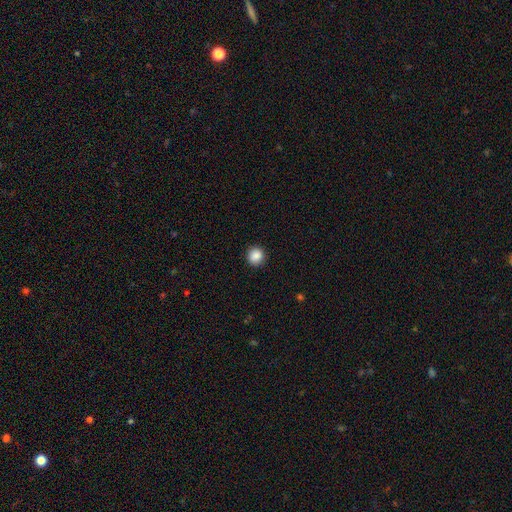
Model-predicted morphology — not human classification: Smooth or featured? smooth (88%)
How rounded? round (92%)
Merging? none (91%)